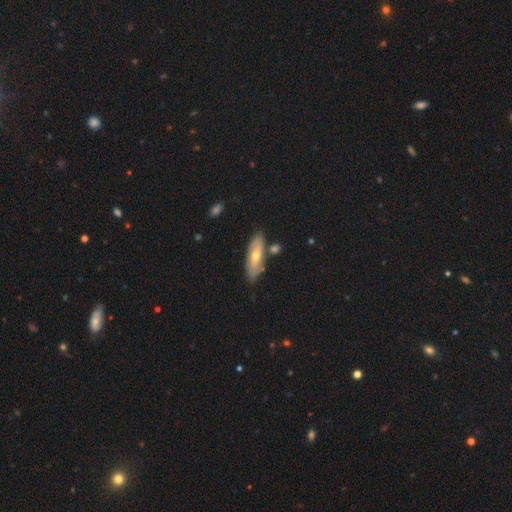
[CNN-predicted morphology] Overall: smooth (47%; featured or disk 46%). Merging: none (78%).